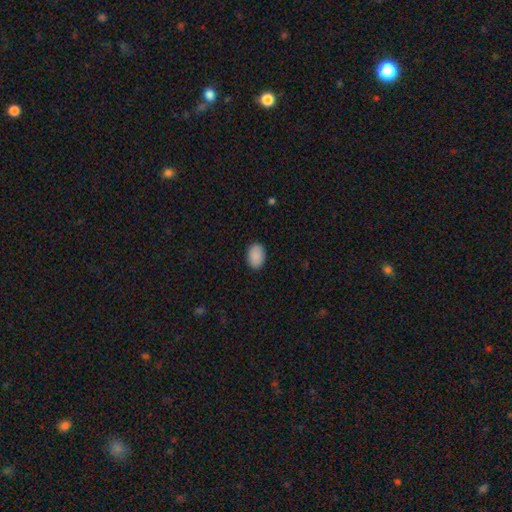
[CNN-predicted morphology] This is clearly a smooth galaxy (90%). How rounded: clearly in between (87%). Merging: clearly none (88%).